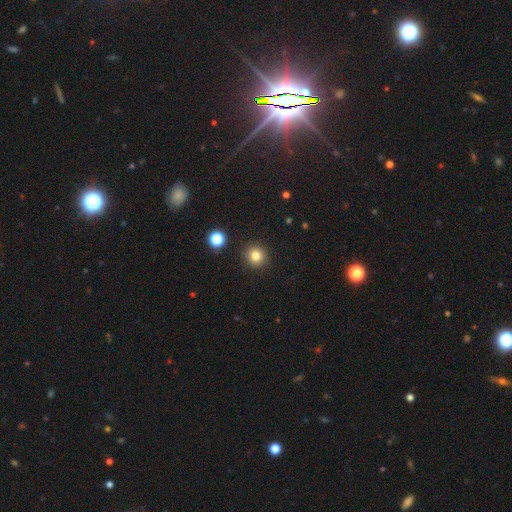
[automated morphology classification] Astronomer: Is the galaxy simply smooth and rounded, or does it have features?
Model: smooth — 81%.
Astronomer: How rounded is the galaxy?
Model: round — 92%.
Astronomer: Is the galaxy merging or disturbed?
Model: none — 91%.